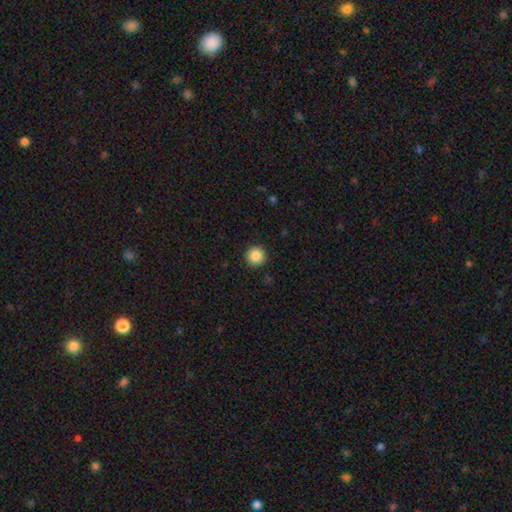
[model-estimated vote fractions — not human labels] Morphology: type=smooth (88%); roundness=round (96%); merging=none (92%).